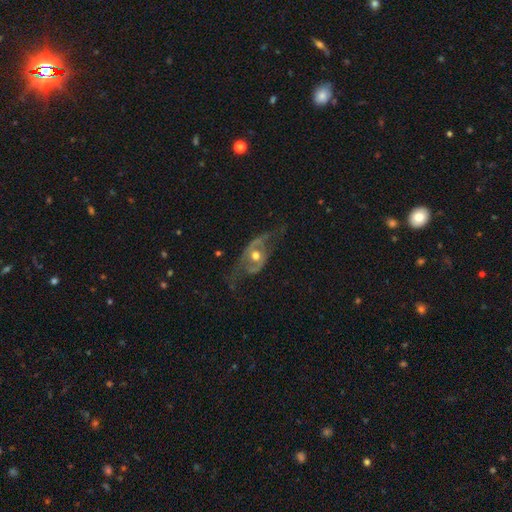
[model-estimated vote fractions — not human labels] Morphology: type=featured or disk (78%); edge-on=no (91%); bar=no (74%); spiral arms=yes (69%); bulge=moderate (77%); merging=none (52%).